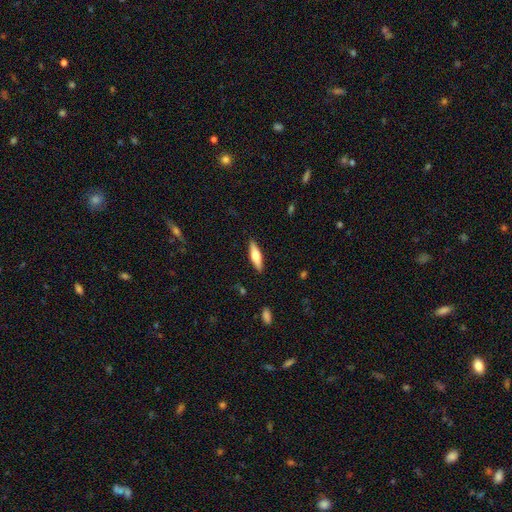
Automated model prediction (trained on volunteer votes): Smooth or featured? smooth (53%)
How rounded? cigar-shaped (60%)
Merging? none (89%)